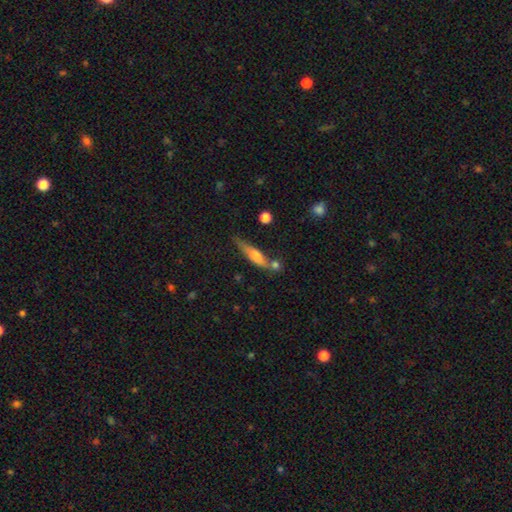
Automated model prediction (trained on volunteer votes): Q: Smooth or featured?
A: smooth (53%); runner-up: featured or disk (39%)
Q: How rounded?
A: cigar-shaped (75%); runner-up: in between (22%)
Q: Merging?
A: none (55%); runner-up: minor disturbance (21%)